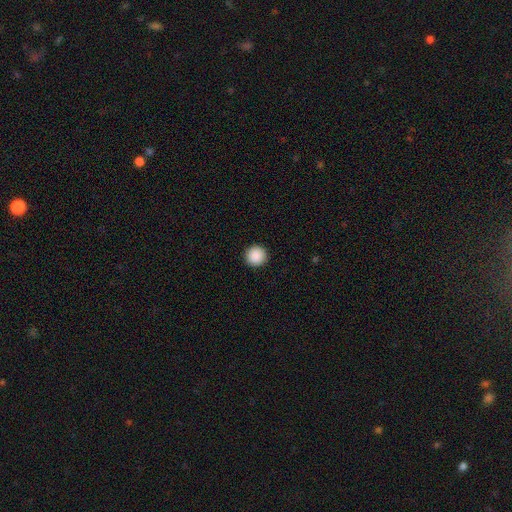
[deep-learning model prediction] This appears to be a smooth galaxy with no disk features (90%) that is round (96%). Merging: none (93%).